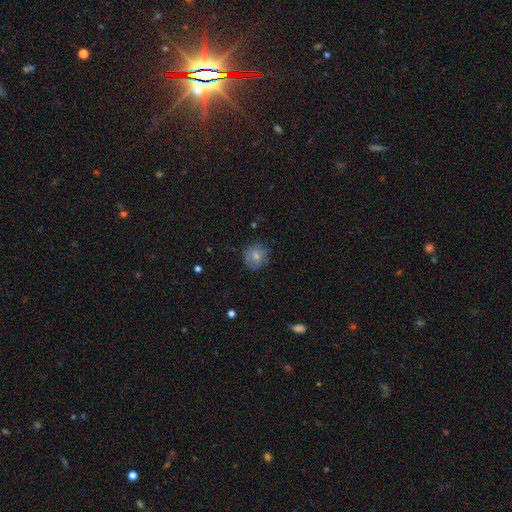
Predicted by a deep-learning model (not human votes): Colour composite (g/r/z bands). It shows a smooth galaxy with no disk features (74%) that is round (85%). Merging: none (77%).